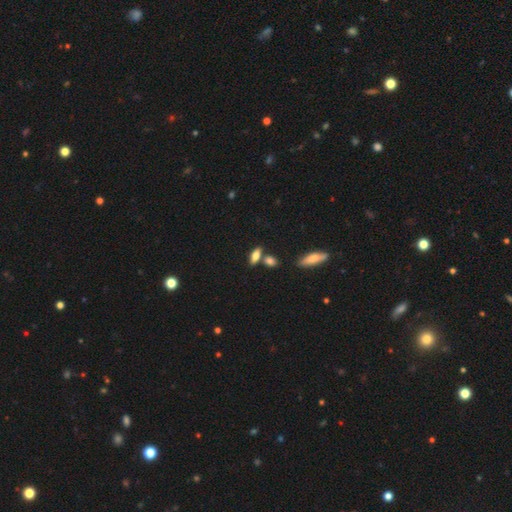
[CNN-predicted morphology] Q: Smooth or featured?
A: smooth (73%); runner-up: featured or disk (18%)
Q: How rounded?
A: in between (75%); runner-up: cigar-shaped (21%)
Q: Merging?
A: none (64%); runner-up: merger (21%)